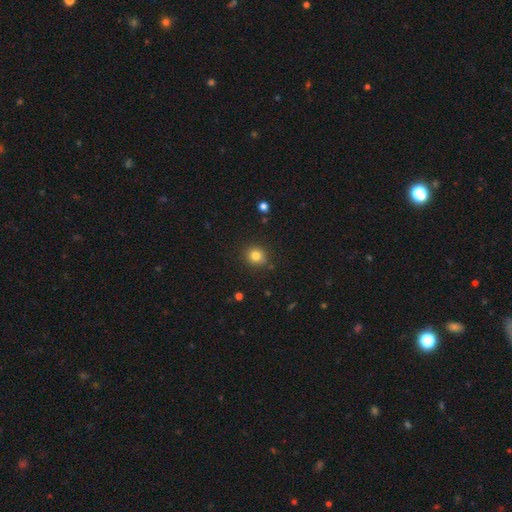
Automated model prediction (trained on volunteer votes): The model was most divided on "how rounded": round: 82%, in between: 17%, cigar-shaped: 1%. More confident: merging — none (86%); smooth or featured — smooth (81%).